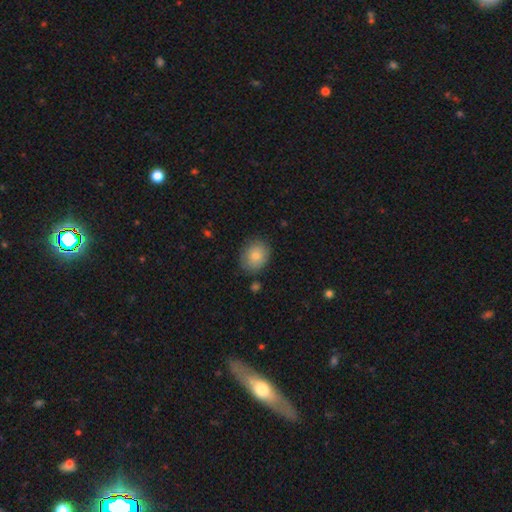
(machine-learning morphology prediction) A smooth galaxy with no disk features (79%) that is round (58%).

Vote fractions:
- Smooth or featured? smooth: 79% / featured or disk: 11% / star or artifact: 9%
- How rounded? round: 58% / in between: 41% / cigar-shaped: 1%
- Merging? none: 81% / minor disturbance: 13% / major disturbance: 3% / merger: 2%